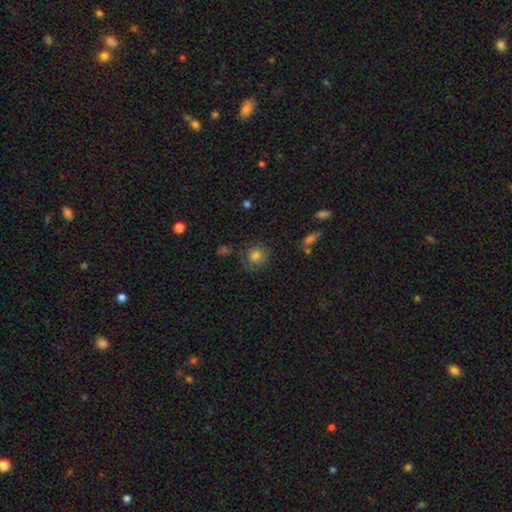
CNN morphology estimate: Smooth or featured? Predicted: smooth (p=0.75). How rounded? Predicted: round (p=0.81). Merging? Predicted: none (p=0.71).